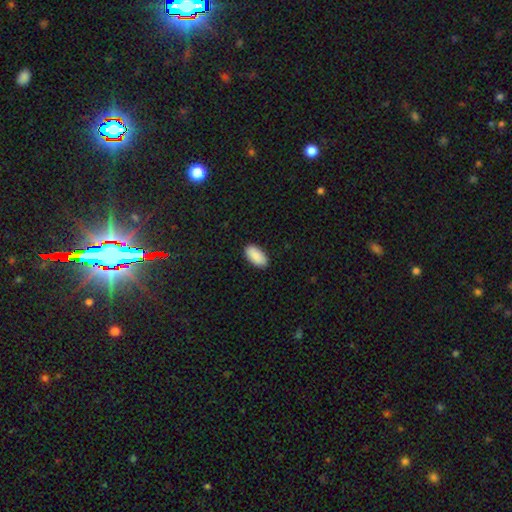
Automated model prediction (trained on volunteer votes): The model was most divided on "merging": none: 89%, minor disturbance: 9%, major disturbance: 2%, merger: 1%. More confident: how rounded — in between (95%); smooth or featured — smooth (91%).